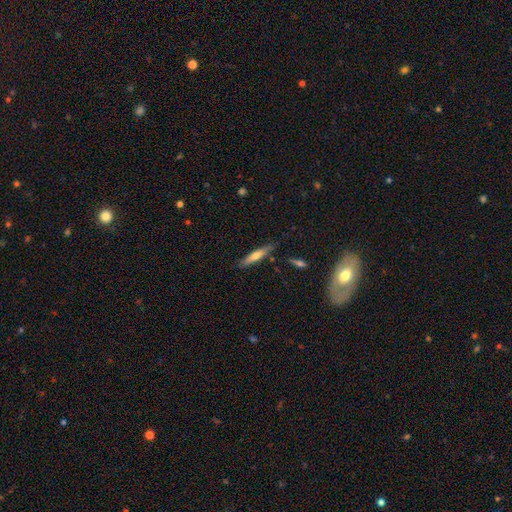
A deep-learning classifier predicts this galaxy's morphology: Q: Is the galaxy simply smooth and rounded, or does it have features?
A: smooth — 59%.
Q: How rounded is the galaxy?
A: cigar-shaped — 87%.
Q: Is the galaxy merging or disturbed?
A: none — 82%.